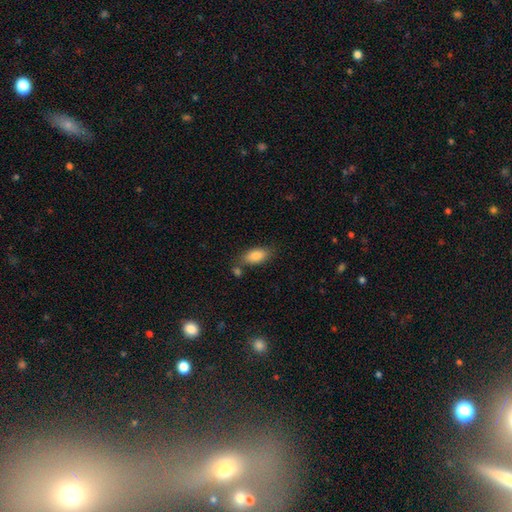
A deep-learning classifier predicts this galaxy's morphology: Smooth or featured?
  - smooth: 85% *
  - star or artifact: 8%
  - featured or disk: 7%
How rounded?
  - in between: 90% *
  - cigar-shaped: 6%
  - round: 4%
Merging?
  - none: 73% *
  - minor disturbance: 14%
  - merger: 9%
  - major disturbance: 4%